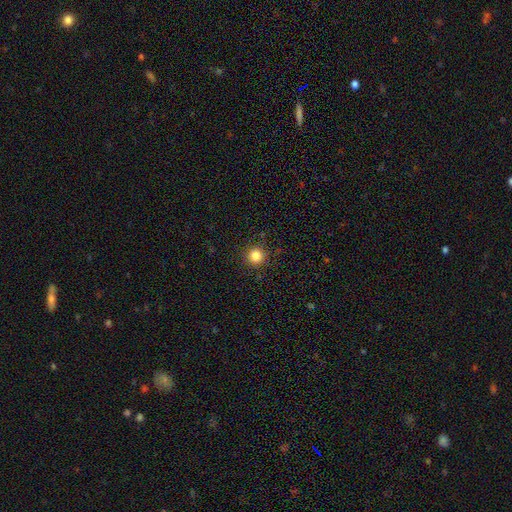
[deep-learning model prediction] Smooth or featured?
  - smooth: 84% *
  - star or artifact: 11%
  - featured or disk: 4%
How rounded?
  - round: 94% *
  - in between: 5%
  - cigar-shaped: 1%
Merging?
  - none: 89% *
  - minor disturbance: 7%
  - major disturbance: 2%
  - merger: 1%